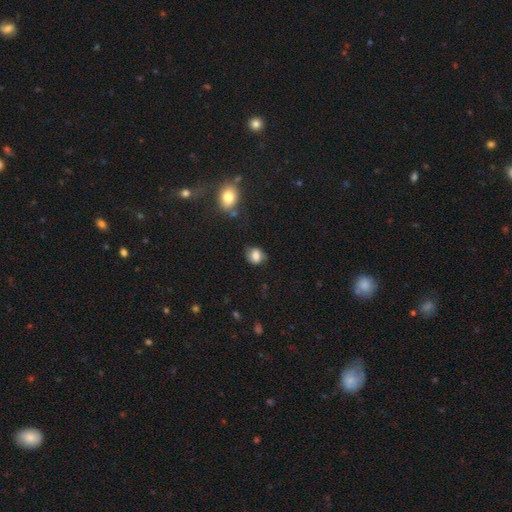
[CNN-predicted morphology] A smooth galaxy with no disk features (74%) that is round (61%). Merging: none (71%).